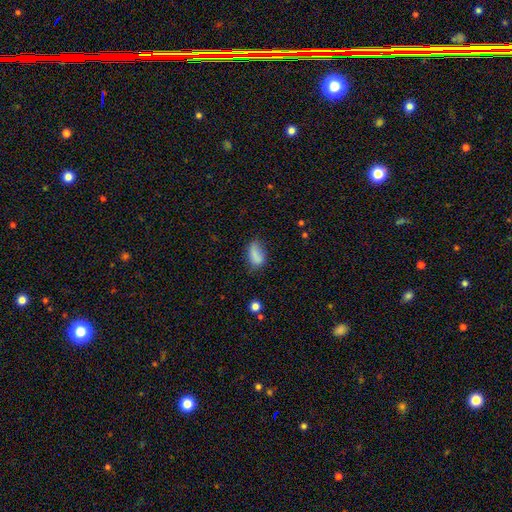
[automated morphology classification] smooth 81%, featured or disk 9%, star or artifact 9%. Down the decision tree: how rounded — in between (89%); merging — none (49%).